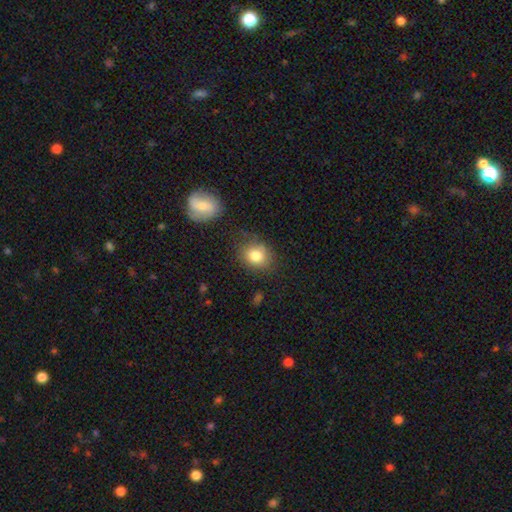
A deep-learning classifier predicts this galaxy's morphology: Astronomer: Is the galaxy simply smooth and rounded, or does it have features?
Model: smooth — 81%.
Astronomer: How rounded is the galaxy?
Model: round — 58% (runner-up: in between, 41%).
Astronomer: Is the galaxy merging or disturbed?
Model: none — 77%.